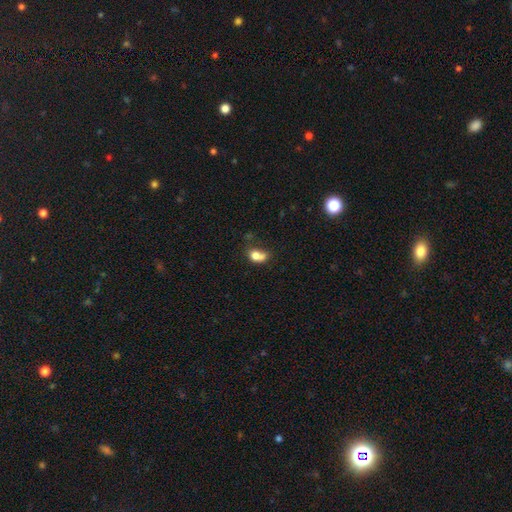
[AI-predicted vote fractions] The model was most divided on "merging": none: 31%, merger: 26%, minor disturbance: 25%, major disturbance: 19%. More confident: smooth or featured — smooth (75%); how rounded — in between (65%).